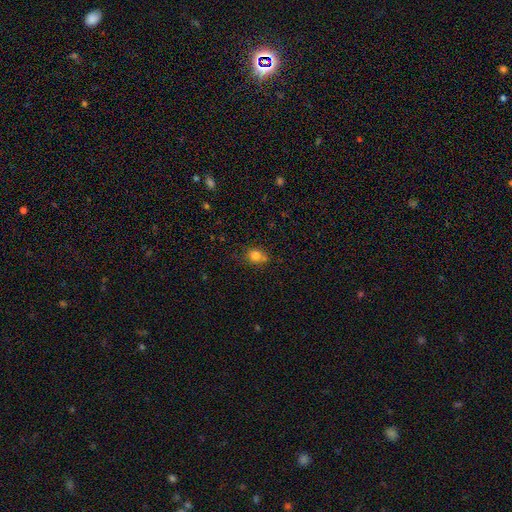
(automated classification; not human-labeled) A smooth galaxy with no disk features (80%) that is round (74%).

Vote fractions:
- Smooth or featured? smooth: 80% / star or artifact: 13% / featured or disk: 7%
- How rounded? round: 74% / in between: 25% / cigar-shaped: 1%
- Merging? none: 67% / minor disturbance: 17% / merger: 12% / major disturbance: 4%